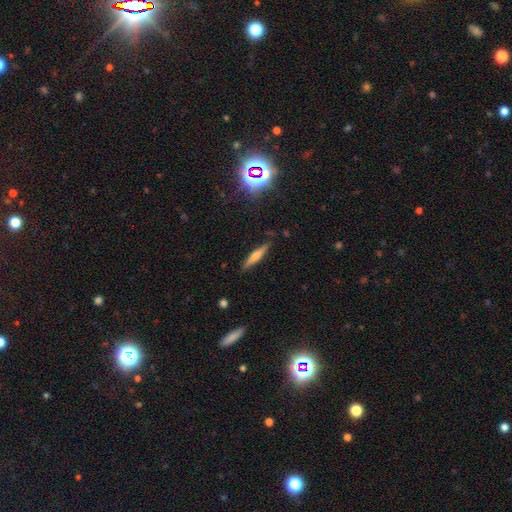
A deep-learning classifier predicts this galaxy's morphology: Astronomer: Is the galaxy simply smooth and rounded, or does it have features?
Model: smooth — 47% (runner-up: featured or disk, 44%).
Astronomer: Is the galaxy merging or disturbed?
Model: none — 86%.